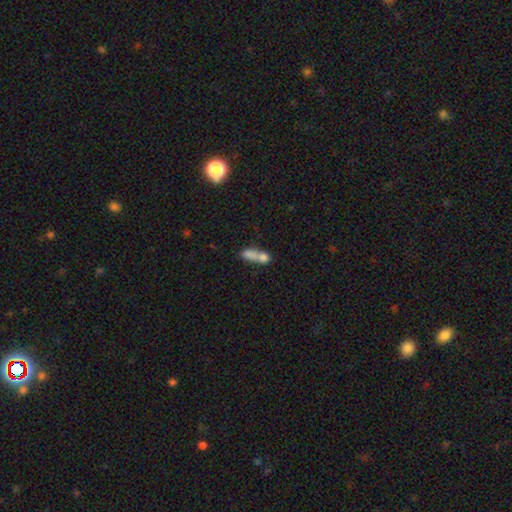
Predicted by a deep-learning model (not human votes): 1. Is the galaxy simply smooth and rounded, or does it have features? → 69% smooth, 19% featured or disk, 12% star or artifact.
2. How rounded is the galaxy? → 54% in between, 25% round, 21% cigar-shaped.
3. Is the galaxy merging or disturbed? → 65% merger, 21% none, 8% minor disturbance, 6% major disturbance.